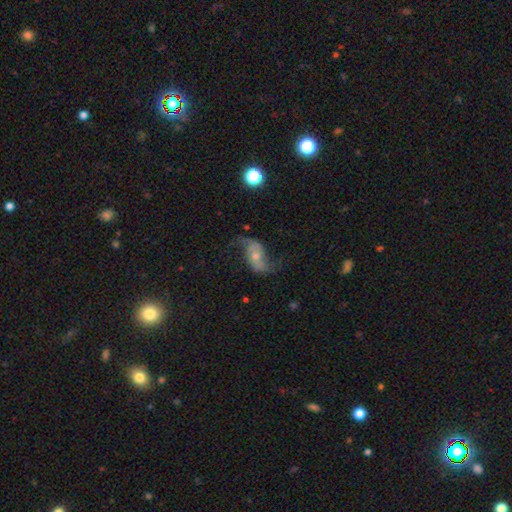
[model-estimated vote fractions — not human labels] This appears to be a featured or disk galaxy (79%) with no bar (58%), 2 (93%) loose (79%) spiral arms (93%) and a small central bulge (46%, tied with moderate). Merging: none (67%).